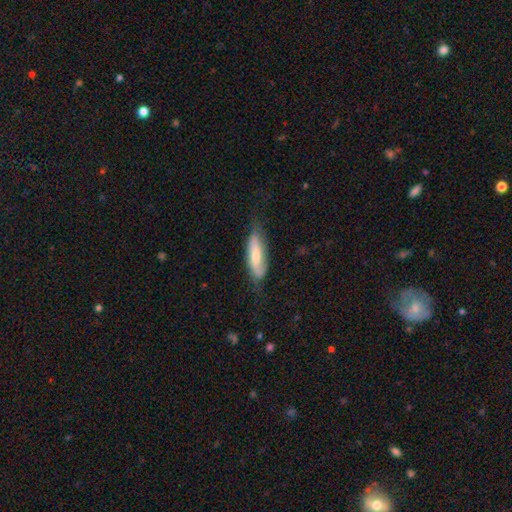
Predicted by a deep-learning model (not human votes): Smooth or featured? smooth (58%)
How rounded? in between (52%)
Merging? none (60%)